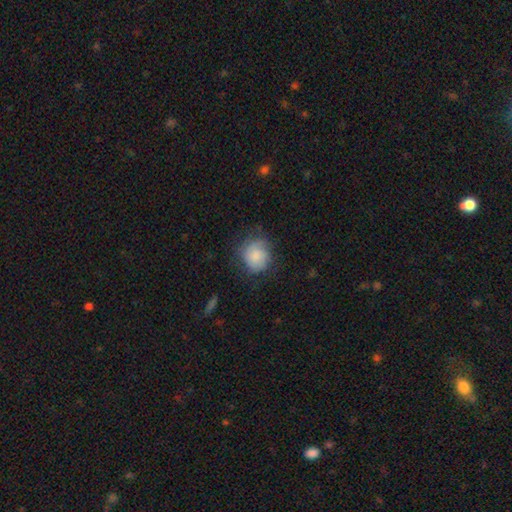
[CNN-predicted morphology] The model was most divided on "merging": none: 63%, minor disturbance: 25%, major disturbance: 11%, merger: 1%. More confident: how rounded — round (81%); smooth or featured — smooth (76%).